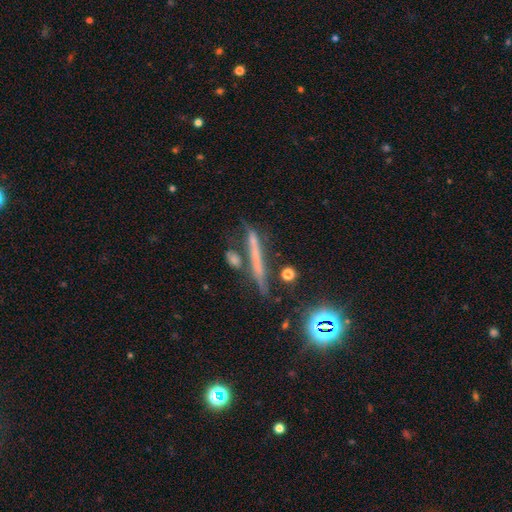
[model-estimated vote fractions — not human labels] smooth_or_featured: smooth (p=0.40) [tied with: featured or disk p=0.40]
merging: none (p=0.67) [alt: minor disturbance p=0.15]